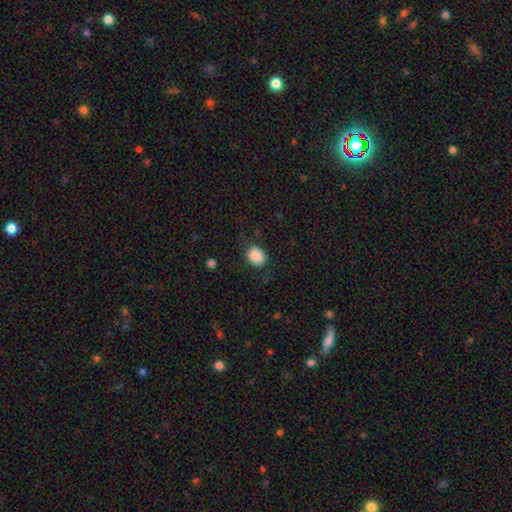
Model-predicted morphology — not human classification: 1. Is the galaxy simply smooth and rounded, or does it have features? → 87% smooth, 8% star or artifact, 5% featured or disk.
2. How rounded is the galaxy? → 55% round, 44% in between, 1% cigar-shaped.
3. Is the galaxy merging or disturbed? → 80% none, 14% minor disturbance, 5% major disturbance, 1% merger.